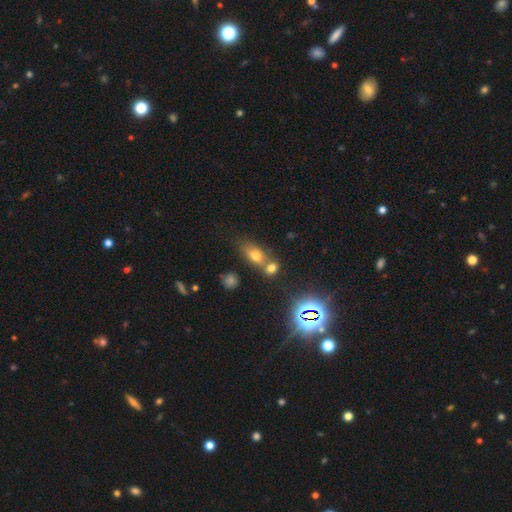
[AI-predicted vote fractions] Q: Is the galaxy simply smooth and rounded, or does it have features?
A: smooth — 63%.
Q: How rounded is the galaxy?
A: in between — 73%.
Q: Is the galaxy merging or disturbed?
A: none — 44%.